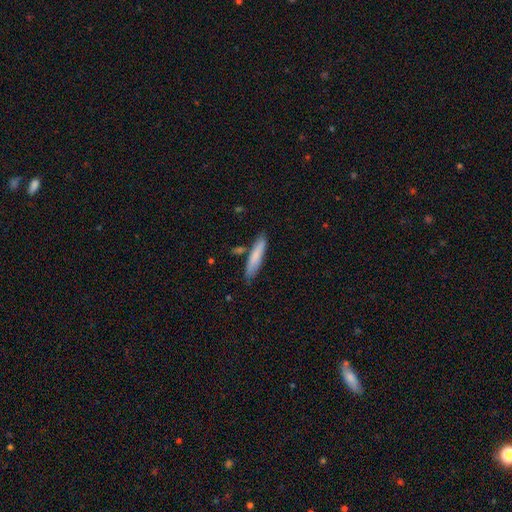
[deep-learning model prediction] Morphology: type=smooth (78%); roundness=cigar-shaped (88%); merging=none (80%).